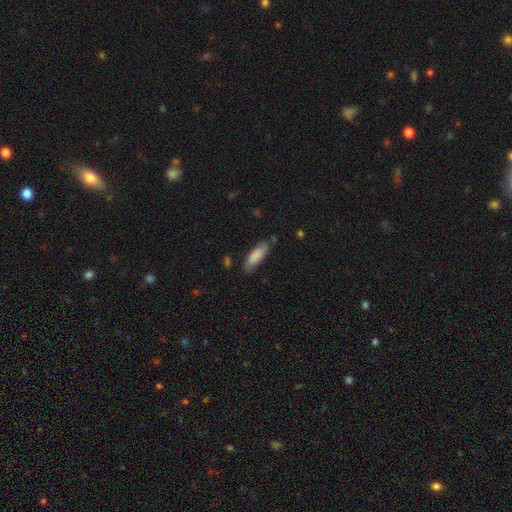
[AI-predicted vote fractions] Smooth or featured?
  - smooth: 85% *
  - featured or disk: 9%
  - star or artifact: 6%
How rounded?
  - in between: 57% *
  - cigar-shaped: 42%
  - round: 1%
Merging?
  - none: 74% *
  - minor disturbance: 20%
  - major disturbance: 4%
  - merger: 2%